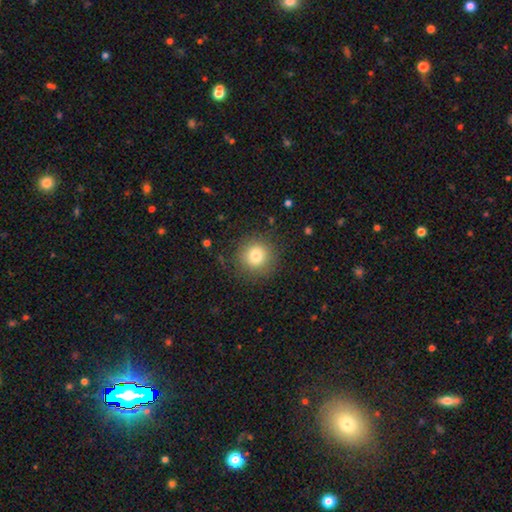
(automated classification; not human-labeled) Smooth or featured? smooth (80%)
How rounded? round (94%)
Merging? none (88%)